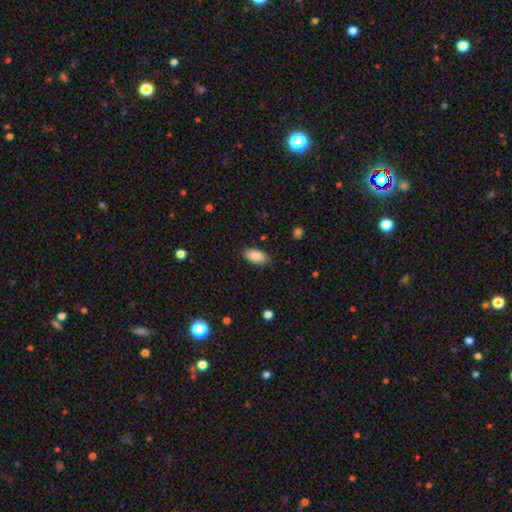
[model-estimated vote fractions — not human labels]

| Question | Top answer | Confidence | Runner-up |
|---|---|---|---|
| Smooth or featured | smooth | 89% | star or artifact (7%) |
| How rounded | in between | 94% | cigar-shaped (3%) |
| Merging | none | 83% | minor disturbance (13%) |